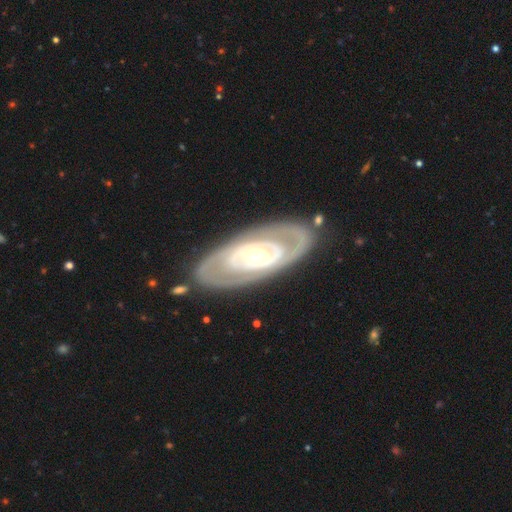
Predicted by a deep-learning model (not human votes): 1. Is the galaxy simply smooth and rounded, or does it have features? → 81% featured or disk, 15% smooth, 4% star or artifact.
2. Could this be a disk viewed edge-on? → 90% no, 10% yes.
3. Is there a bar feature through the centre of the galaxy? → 73% no, 17% weak, 9% strong.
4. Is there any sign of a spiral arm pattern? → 54% yes, 46% no.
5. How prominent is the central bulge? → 56% moderate, 35% small, 6% large, 1% dominant, 1% none.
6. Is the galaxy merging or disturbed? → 82% none, 11% minor disturbance, 5% major disturbance, 2% merger.